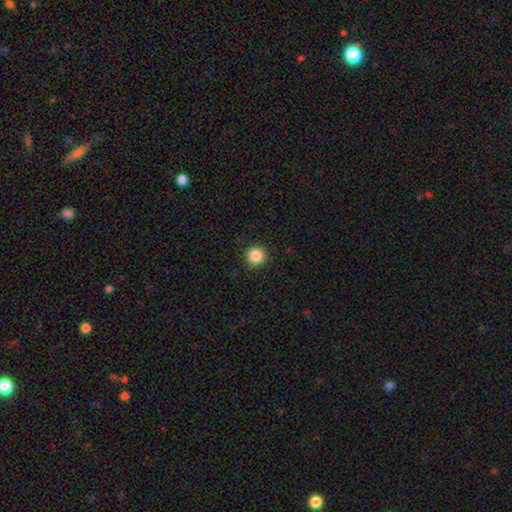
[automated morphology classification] type=smooth (86%); roundness=round (95%); merging=none (87%).